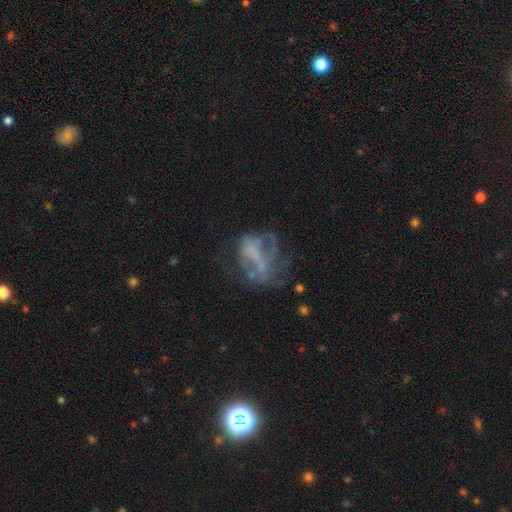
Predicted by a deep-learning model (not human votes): This appears to be a featured or disk galaxy (58%) with no bar (63%), no spiral arms (73%) and no central bulge (73%). Merging: major disturbance (38%).